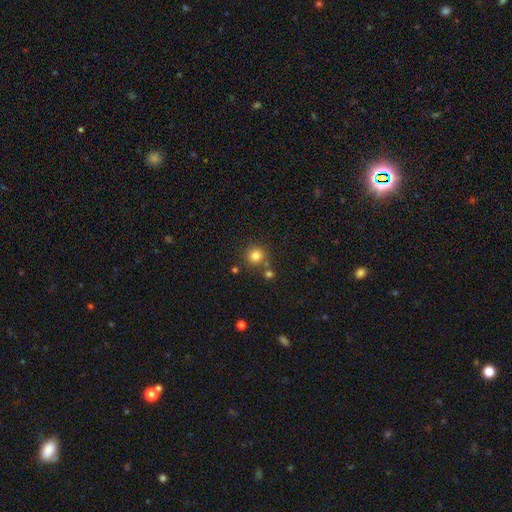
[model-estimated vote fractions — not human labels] Morphology: type=smooth (82%); roundness=round (92%); merging=none (76%).